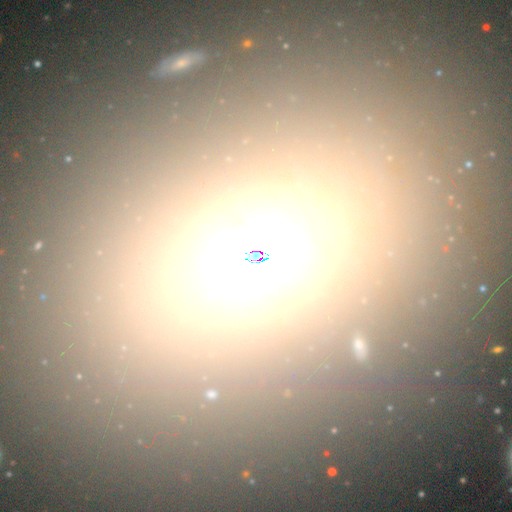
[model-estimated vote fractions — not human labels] Morphology: type=smooth (43%); merging=none (85%).